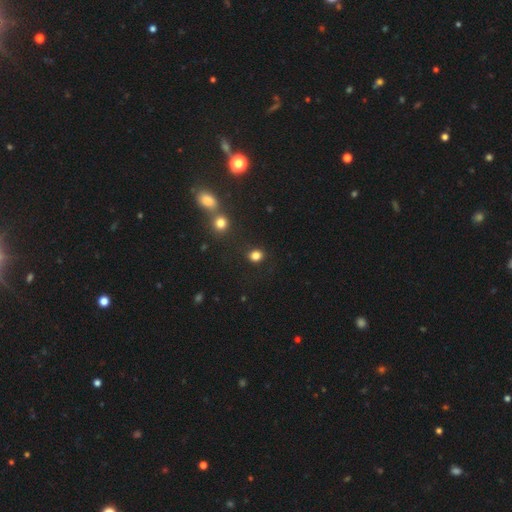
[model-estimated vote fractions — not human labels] Smooth or featured? smooth (82%)
How rounded? round (75%)
Merging? none (84%)